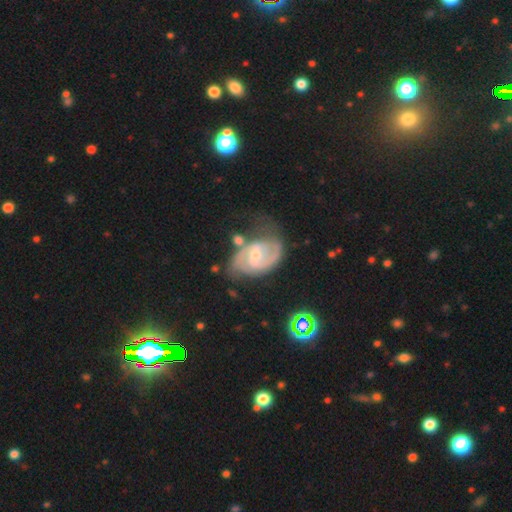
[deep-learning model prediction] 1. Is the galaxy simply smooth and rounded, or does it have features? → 87% featured or disk, 8% smooth, 5% star or artifact.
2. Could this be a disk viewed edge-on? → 97% no, 3% yes.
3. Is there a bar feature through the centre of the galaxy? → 46% weak, 44% no, 10% strong.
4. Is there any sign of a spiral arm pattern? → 96% yes, 4% no.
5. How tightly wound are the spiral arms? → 46% medium, 40% tight, 14% loose.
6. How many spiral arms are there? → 76% 2, 11% can't tell, 6% 3, 4% 1, 2% 4, 2% more than 4.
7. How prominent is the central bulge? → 53% small, 43% moderate, 2% large, 1% none, 1% dominant.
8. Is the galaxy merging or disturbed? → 50% none, 25% minor disturbance, 15% major disturbance, 10% merger.